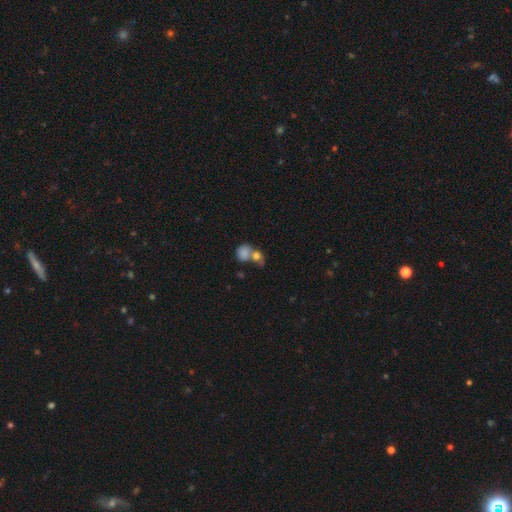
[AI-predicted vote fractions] This appears to be a smooth galaxy with no disk features (48%). Merging: merger (42%).